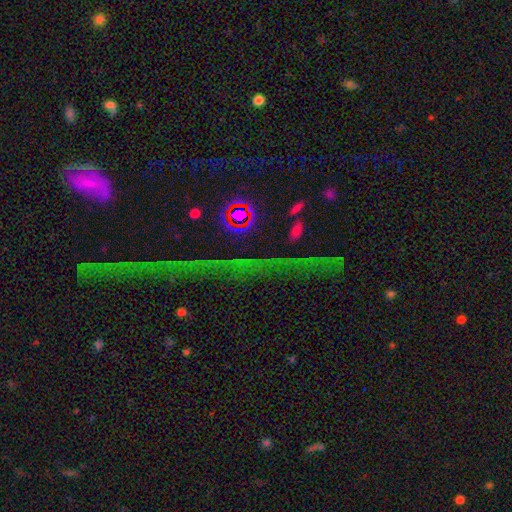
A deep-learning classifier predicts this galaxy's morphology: A star or artifact, not a galaxy (80%).